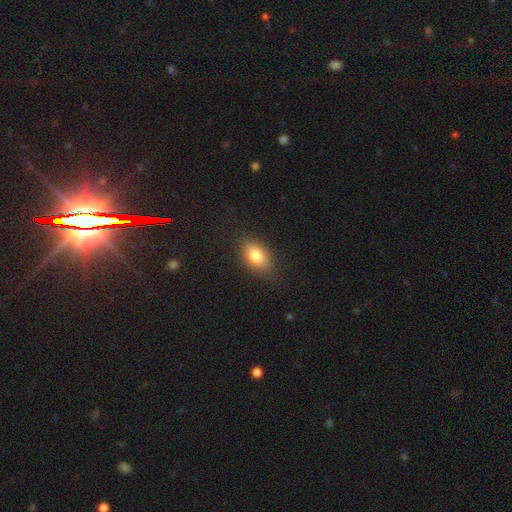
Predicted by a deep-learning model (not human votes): This appears to be a smooth galaxy with no disk features (82%) that is in between round and cigar-shaped (88%). Merging: none (85%).